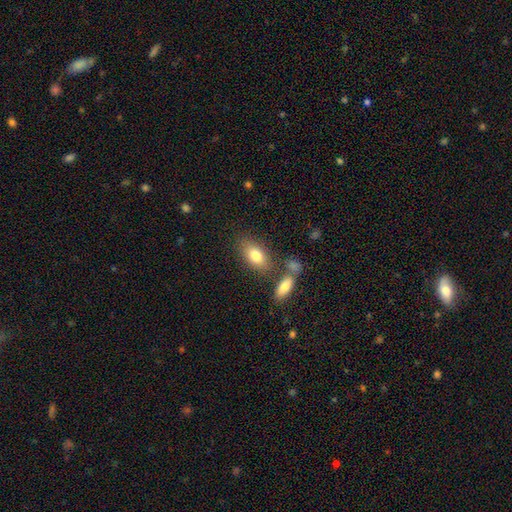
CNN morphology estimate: A smooth galaxy with no disk features (80%) that is in between round and cigar-shaped (89%).

Vote fractions:
- Smooth or featured? smooth: 80% / featured or disk: 13% / star or artifact: 7%
- How rounded? in between: 89% / round: 6% / cigar-shaped: 5%
- Merging? none: 68% / merger: 14% / minor disturbance: 13% / major disturbance: 4%